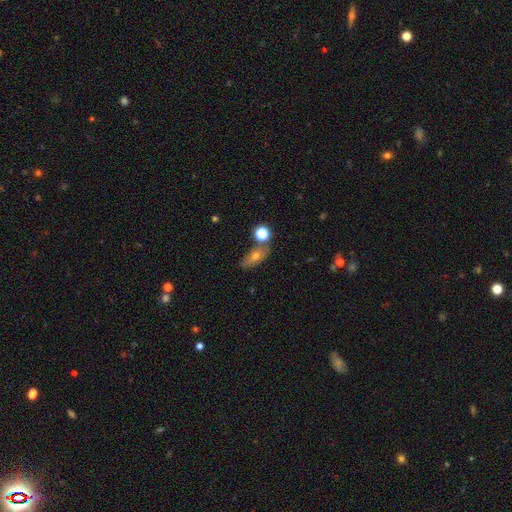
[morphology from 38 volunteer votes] A smooth galaxy with no disk features (63%) that is in between round and cigar-shaped (67%). Merging: none (69%).